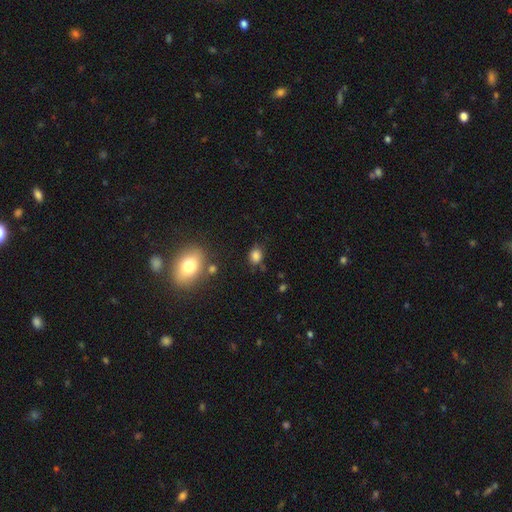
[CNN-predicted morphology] The model was most divided on "how rounded": in between: 51%, round: 48%, cigar-shaped: 1%. More confident: smooth or featured — smooth (82%); merging — none (72%).